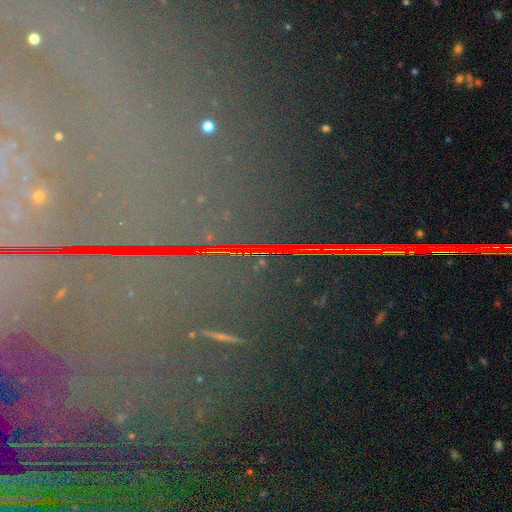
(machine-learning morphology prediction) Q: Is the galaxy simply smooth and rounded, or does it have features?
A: star or artifact — 86%.